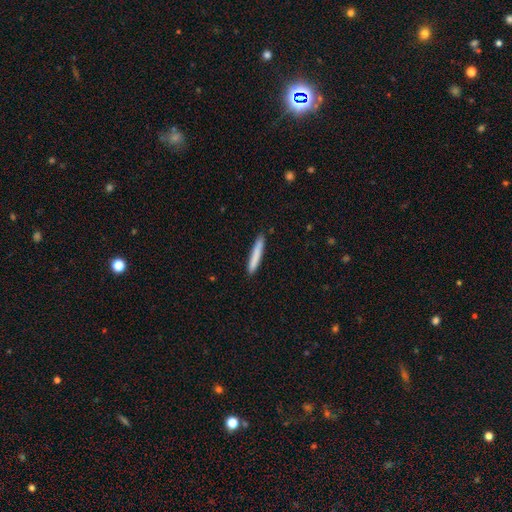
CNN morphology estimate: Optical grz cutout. It shows a smooth galaxy with no disk features (81%) that is cigar-shaped (95%). Merging: none (87%).